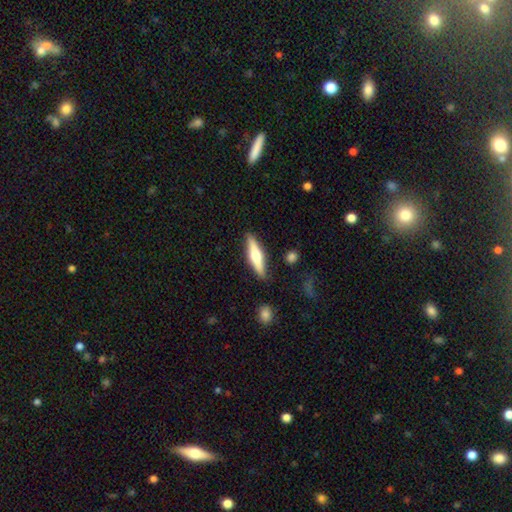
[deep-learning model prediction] A featured or disk galaxy (50%) viewed edge-on (95%).

Vote fractions:
- Smooth or featured? featured or disk: 50% / smooth: 44% / star or artifact: 5%
- Edge-on disk? yes: 95% / no: 5%
- Merging? none: 86% / minor disturbance: 9% / major disturbance: 2% / merger: 2%